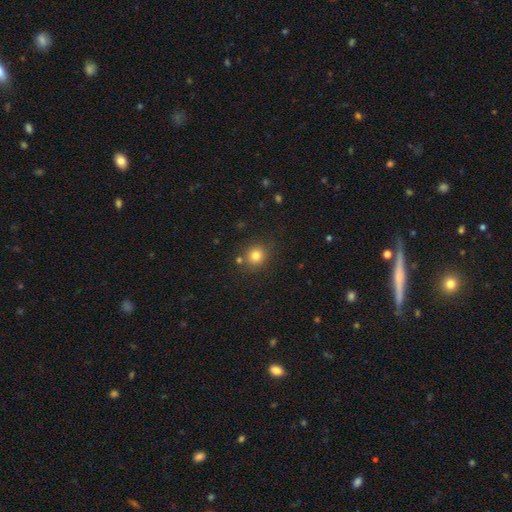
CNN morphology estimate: A smooth galaxy with no disk features (80%) that is round (87%).

Vote fractions:
- Smooth or featured? smooth: 80% / star or artifact: 13% / featured or disk: 7%
- How rounded? round: 87% / in between: 12% / cigar-shaped: 1%
- Merging? none: 80% / minor disturbance: 10% / merger: 7% / major disturbance: 3%